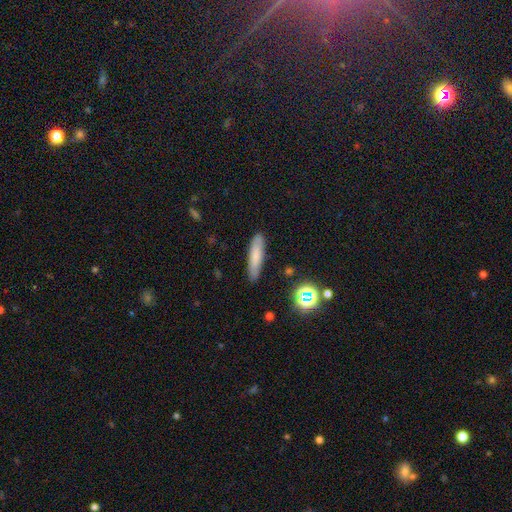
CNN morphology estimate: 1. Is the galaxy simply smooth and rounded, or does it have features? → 75% smooth, 16% featured or disk, 9% star or artifact.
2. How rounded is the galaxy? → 82% cigar-shaped, 17% in between, 2% round.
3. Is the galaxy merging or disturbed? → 85% none, 11% minor disturbance, 2% major disturbance, 2% merger.